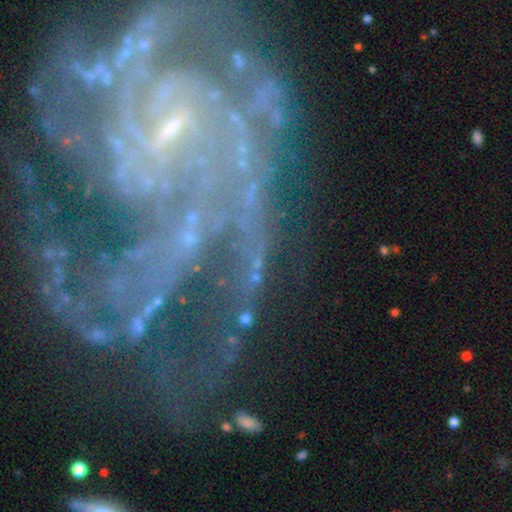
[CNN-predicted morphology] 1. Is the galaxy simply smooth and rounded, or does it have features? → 45% star or artifact, 37% featured or disk, 18% smooth.